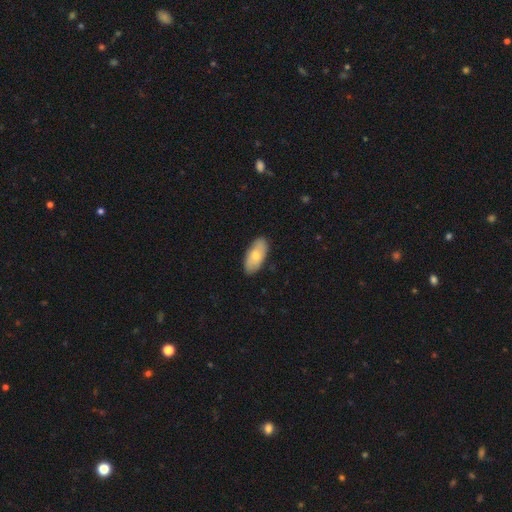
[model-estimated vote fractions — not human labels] Morphology: type=smooth (72%); roundness=in between (90%); merging=none (87%).